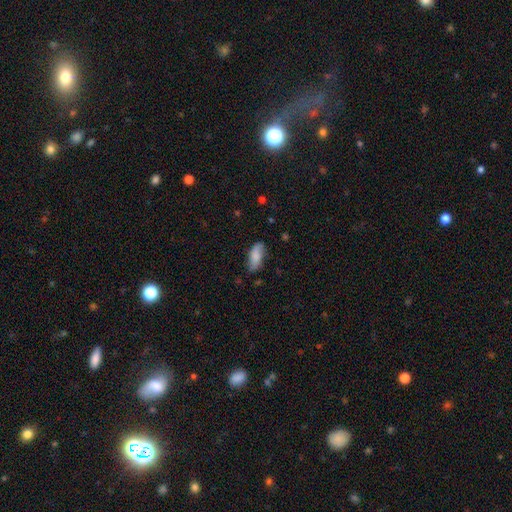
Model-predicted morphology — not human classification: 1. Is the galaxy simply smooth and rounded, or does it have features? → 77% smooth, 16% featured or disk, 7% star or artifact.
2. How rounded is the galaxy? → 81% in between, 17% cigar-shaped, 2% round.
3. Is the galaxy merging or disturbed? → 72% none, 22% minor disturbance, 4% major disturbance, 2% merger.